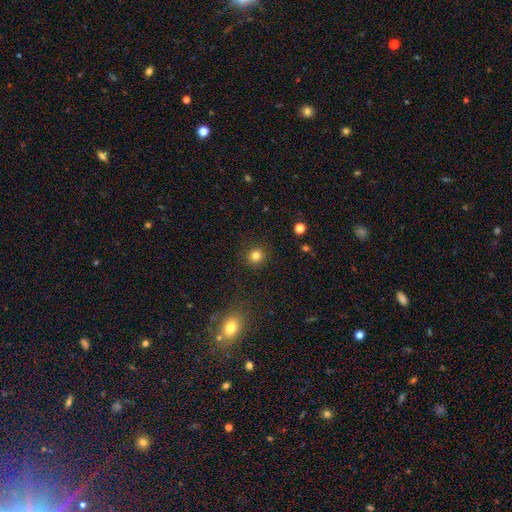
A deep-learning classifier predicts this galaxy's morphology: smooth-or-featured: smooth: 82% | star or artifact: 13% | featured or disk: 5%
  how-rounded: round: 92% | in between: 7% | cigar-shaped: 1%
  merging: none: 91% | minor disturbance: 6% | major disturbance: 2% | merger: 1%